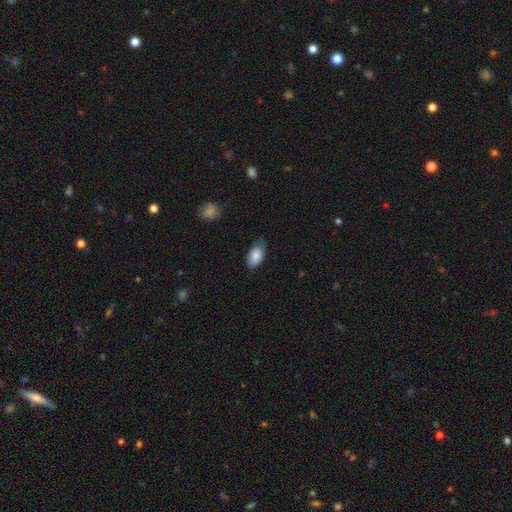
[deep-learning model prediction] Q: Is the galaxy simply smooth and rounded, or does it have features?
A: smooth — 83%.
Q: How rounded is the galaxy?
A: in between — 93%.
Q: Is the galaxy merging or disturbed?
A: none — 62%.